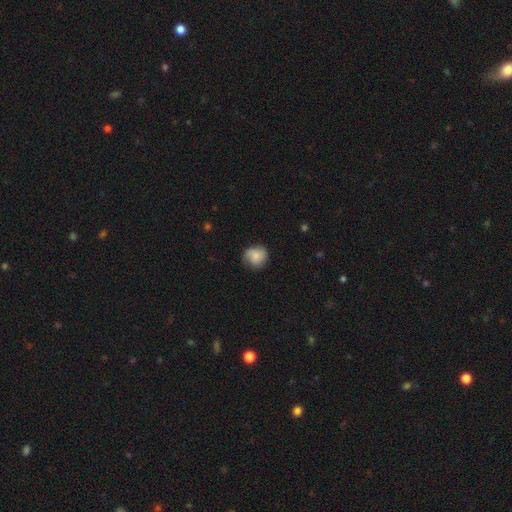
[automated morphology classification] Overall: smooth (76%). How rounded: round (86%). Merging: none (75%).